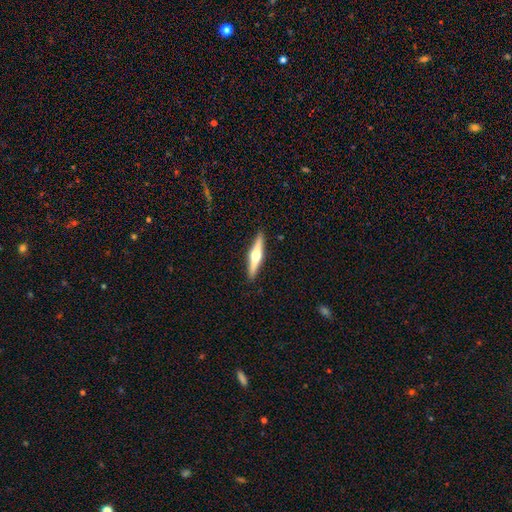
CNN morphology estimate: This appears to be a featured or disk galaxy (66%) viewed edge-on (97%) with a rounded central bulge (95%). Merging: none (91%).